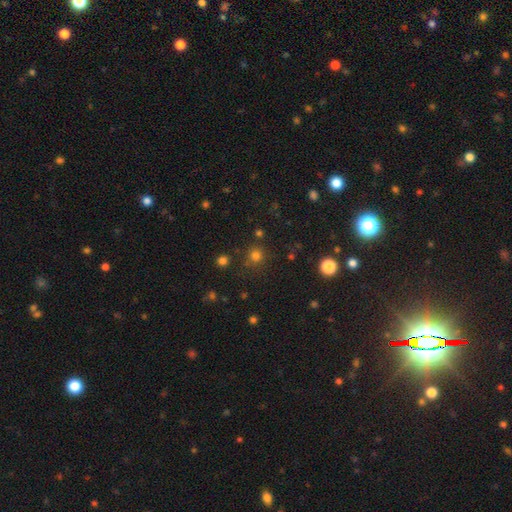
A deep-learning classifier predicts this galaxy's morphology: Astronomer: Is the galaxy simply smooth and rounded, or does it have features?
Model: smooth — 75%.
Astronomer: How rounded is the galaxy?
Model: round — 92%.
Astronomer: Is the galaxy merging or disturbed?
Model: none — 82%.